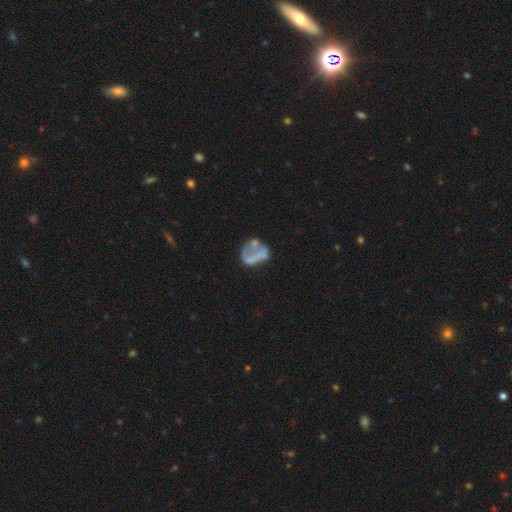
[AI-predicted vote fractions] Smooth or featured?
  - featured or disk: 47% *
  - smooth: 41%
  - star or artifact: 11%
Merging?
  - none: 35% *
  - major disturbance: 31%
  - minor disturbance: 20%
  - merger: 14%